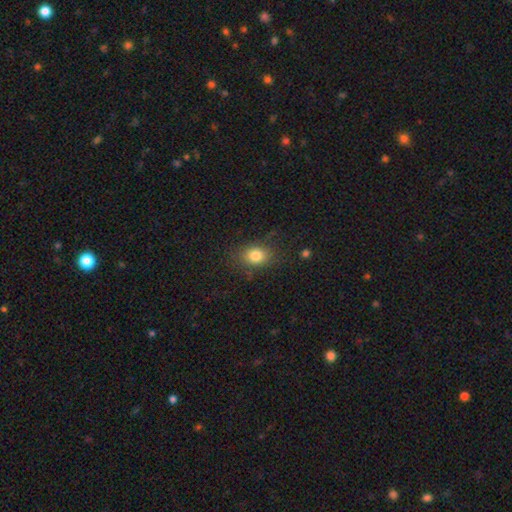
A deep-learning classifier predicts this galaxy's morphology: Overall: smooth (81%). How rounded: in between (60%; round 38%). Merging: none (79%).